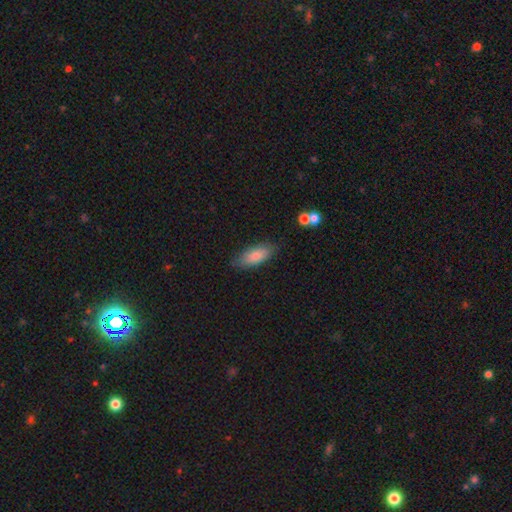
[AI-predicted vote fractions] Smooth or featured?
  - smooth: 80% *
  - featured or disk: 13%
  - star or artifact: 7%
How rounded?
  - in between: 80% *
  - cigar-shaped: 18%
  - round: 2%
Merging?
  - none: 81% *
  - minor disturbance: 14%
  - major disturbance: 3%
  - merger: 2%